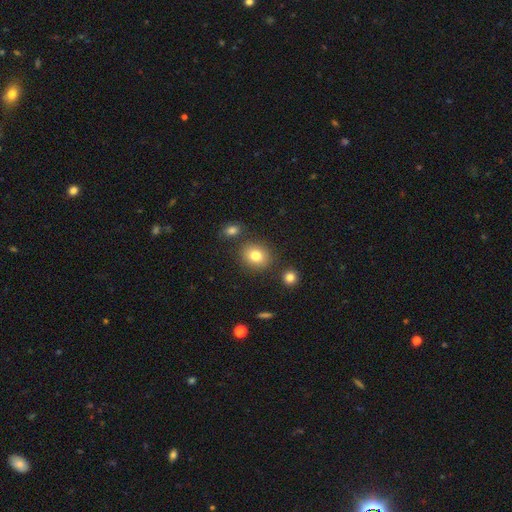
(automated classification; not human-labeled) Smooth or featured: smooth — 81% (star or artifact — 10%)
How rounded: round — 74% (in between — 25%)
Merging: none — 82% (minor disturbance — 9%)